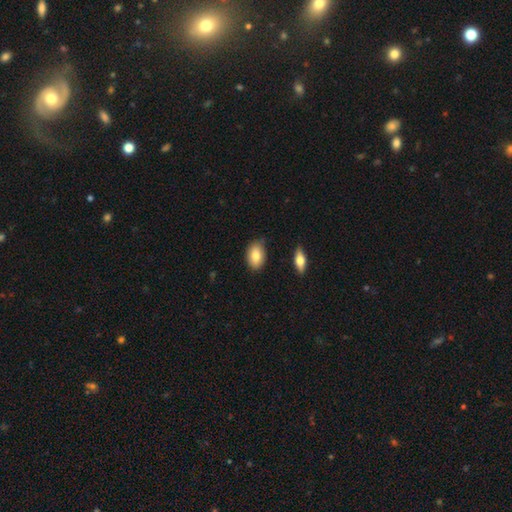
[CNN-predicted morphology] A smooth galaxy with no disk features (81%) that is in between round and cigar-shaped (88%). Merging: none (80%).